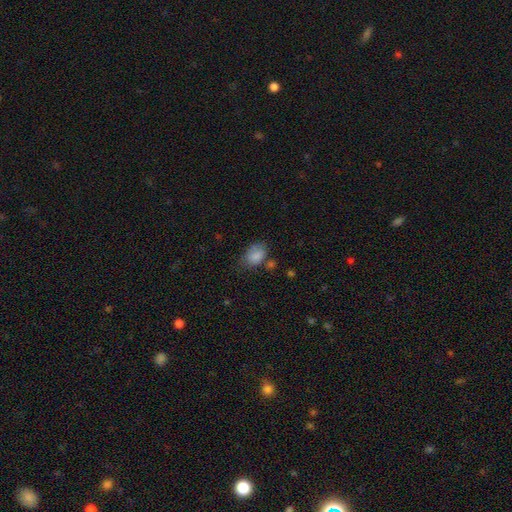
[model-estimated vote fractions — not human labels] Overall: smooth (83%). How rounded: in between (83%). Merging: none (53%; minor disturbance 30%).